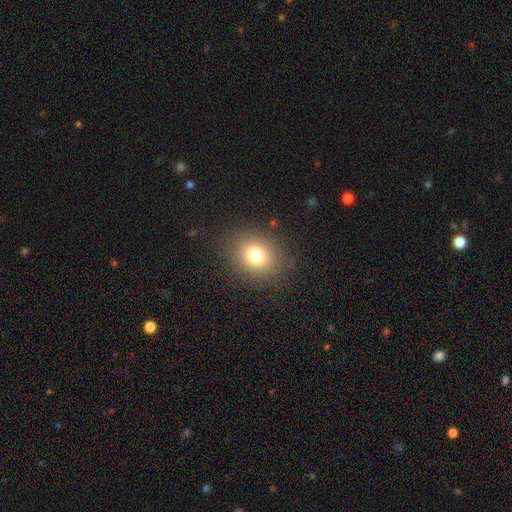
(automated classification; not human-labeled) Smooth or featured: smooth — 76% (star or artifact — 14%)
How rounded: round — 72% (in between — 27%)
Merging: none — 86% (minor disturbance — 8%)